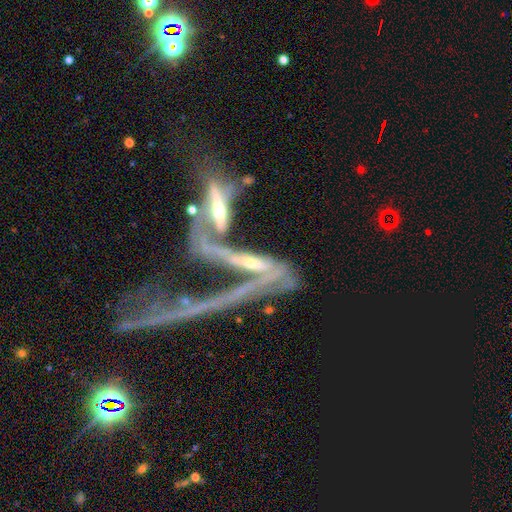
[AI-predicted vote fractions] Morphology: type=featured or disk (64%); edge-on=no (63%); merging=merger (57%).